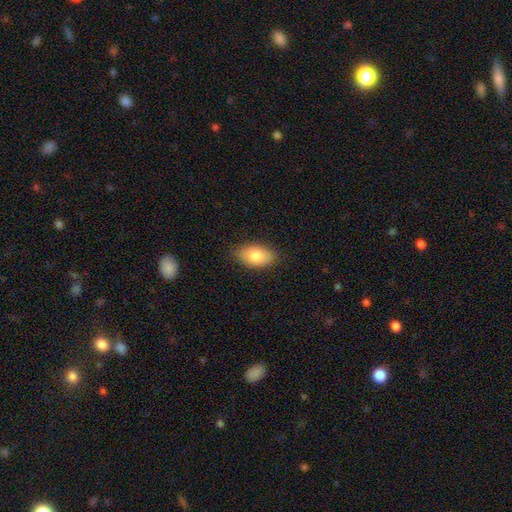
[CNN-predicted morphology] smooth_or_featured: smooth (p=0.81) [alt: featured or disk p=0.12]
how_rounded: in between (p=0.92) [alt: round p=0.05]
merging: none (p=0.84) [alt: minor disturbance p=0.13]